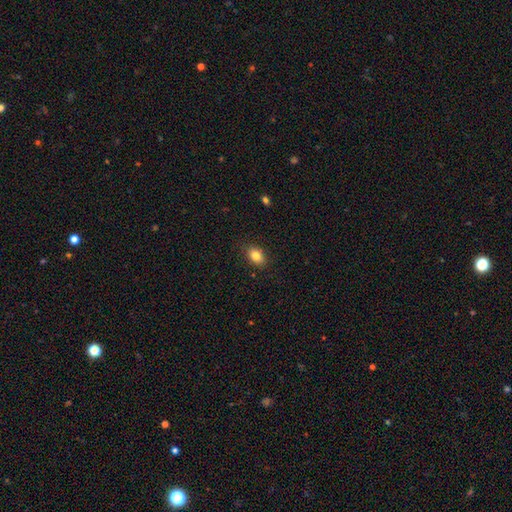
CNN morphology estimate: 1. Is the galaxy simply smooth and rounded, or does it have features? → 83% smooth, 9% star or artifact, 8% featured or disk.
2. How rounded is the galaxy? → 80% in between, 18% round, 2% cigar-shaped.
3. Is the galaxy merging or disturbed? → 87% none, 10% minor disturbance, 2% major disturbance, 1% merger.